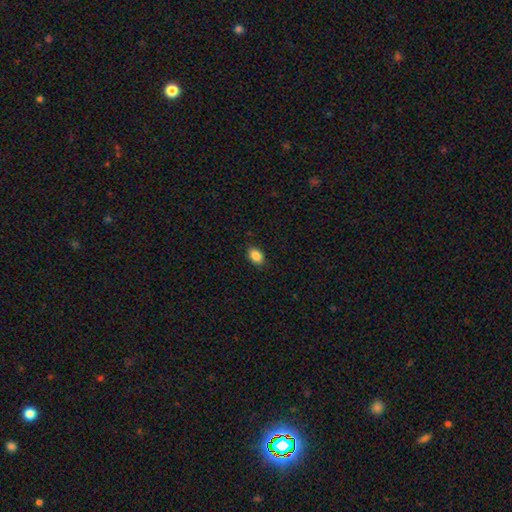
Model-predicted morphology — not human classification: A smooth galaxy with no disk features (87%) that is in between round and cigar-shaped (83%). Merging: none (87%).